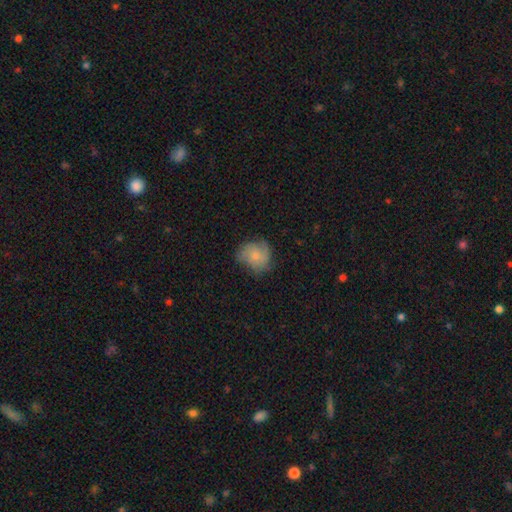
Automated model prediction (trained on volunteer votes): smooth_or_featured: smooth (p=0.63) [alt: featured or disk p=0.29]
how_rounded: round (p=0.71) [alt: in between p=0.28]
merging: none (p=0.57) [alt: minor disturbance p=0.30]